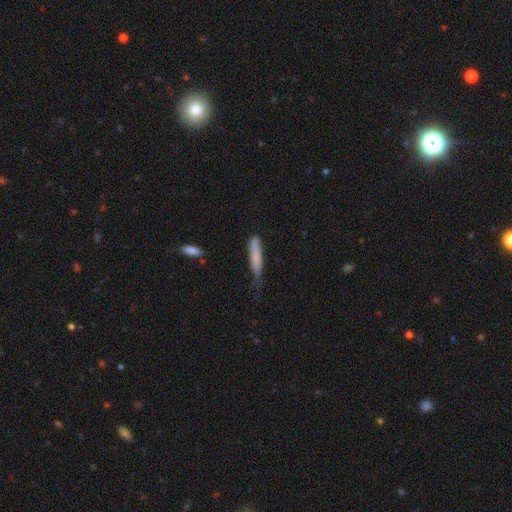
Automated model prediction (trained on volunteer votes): This is likely a smooth galaxy (78%). How rounded: clearly cigar-shaped (91%). Merging: possibly none (50%).